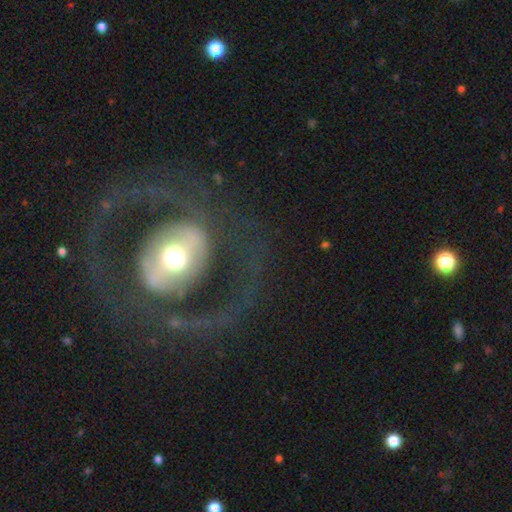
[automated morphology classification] type=featured or disk (75%); edge-on=no (94%); bar=no (38%); spiral arms=yes (52%); bulge=moderate (59%); merging=none (76%).